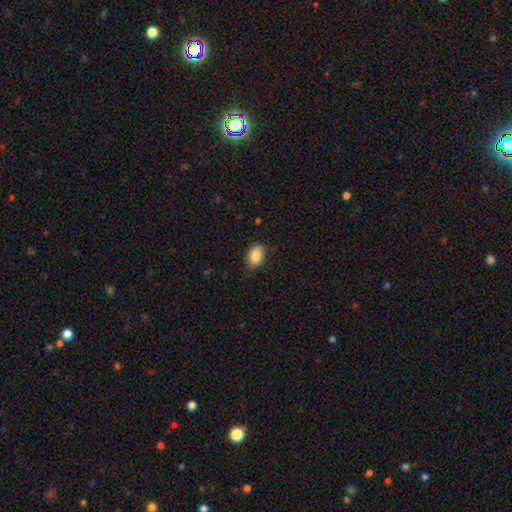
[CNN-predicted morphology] Smooth or featured?
  - smooth: 86% *
  - star or artifact: 7%
  - featured or disk: 6%
How rounded?
  - in between: 90% *
  - round: 8%
  - cigar-shaped: 1%
Merging?
  - none: 80% *
  - minor disturbance: 16%
  - major disturbance: 3%
  - merger: 1%